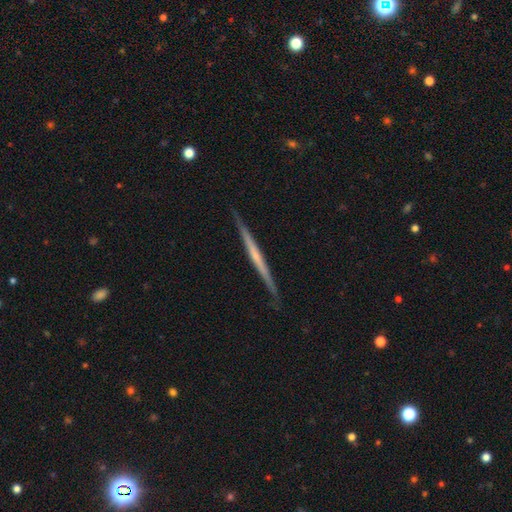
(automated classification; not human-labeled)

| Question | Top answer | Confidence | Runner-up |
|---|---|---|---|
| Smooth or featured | featured or disk | 66% | smooth (28%) |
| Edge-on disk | yes | 98% | no (2%) |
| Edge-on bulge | none | 73% | rounded (21%) |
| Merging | none | 89% | minor disturbance (9%) |